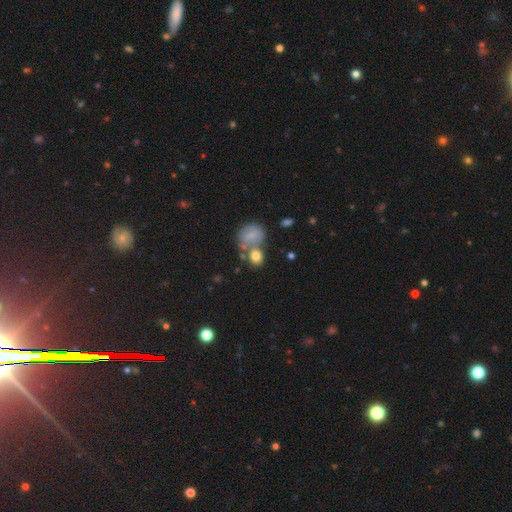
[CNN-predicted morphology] Smooth or featured? Predicted: smooth (p=0.76). How rounded? Predicted: round (p=0.64). Merging? Predicted: none (p=0.45).